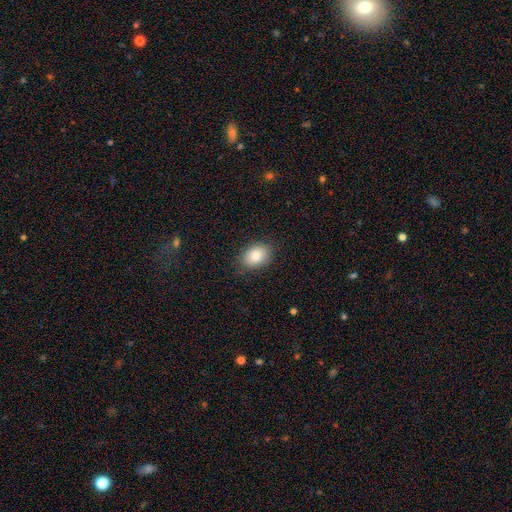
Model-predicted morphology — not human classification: smooth-or-featured: smooth: 86% | star or artifact: 7% | featured or disk: 6%
  how-rounded: in between: 83% | round: 16% | cigar-shaped: 1%
  merging: none: 84% | minor disturbance: 12% | major disturbance: 3% | merger: 1%